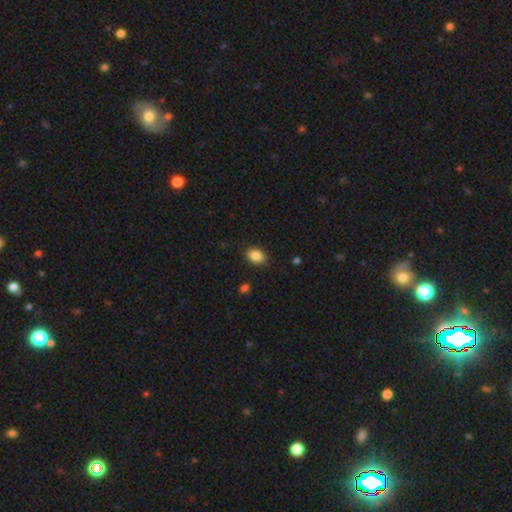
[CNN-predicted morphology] smooth-or-featured: smooth: 87% | star or artifact: 8% | featured or disk: 5%
  how-rounded: in between: 75% | round: 24% | cigar-shaped: 1%
  merging: none: 88% | minor disturbance: 9% | major disturbance: 2% | merger: 1%